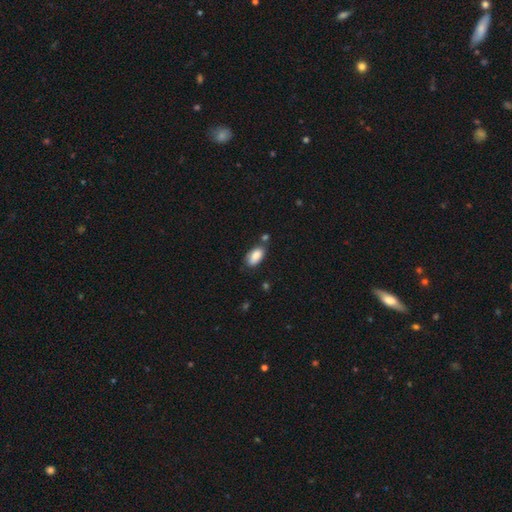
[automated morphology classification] The model was most divided on "merging": none: 66%, minor disturbance: 20%, merger: 9%, major disturbance: 4%. More confident: how rounded — in between (92%); smooth or featured — smooth (87%).